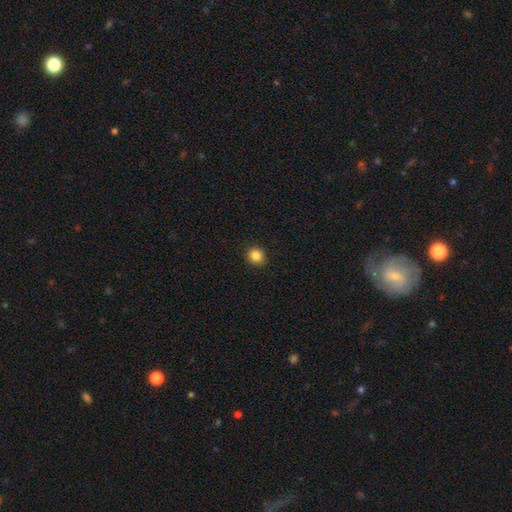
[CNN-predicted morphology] Q: Smooth or featured?
A: smooth (85%); runner-up: star or artifact (11%)
Q: How rounded?
A: round (84%); runner-up: in between (16%)
Q: Merging?
A: none (91%); runner-up: minor disturbance (6%)